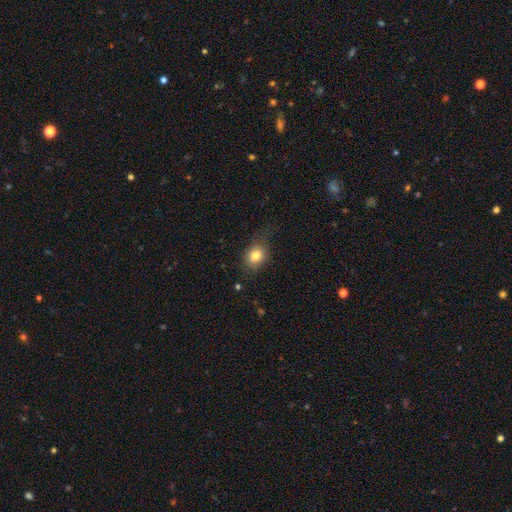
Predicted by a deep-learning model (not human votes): Overall: smooth (79%). How rounded: round (58%; in between 40%). Merging: none (64%; minor disturbance 25%).